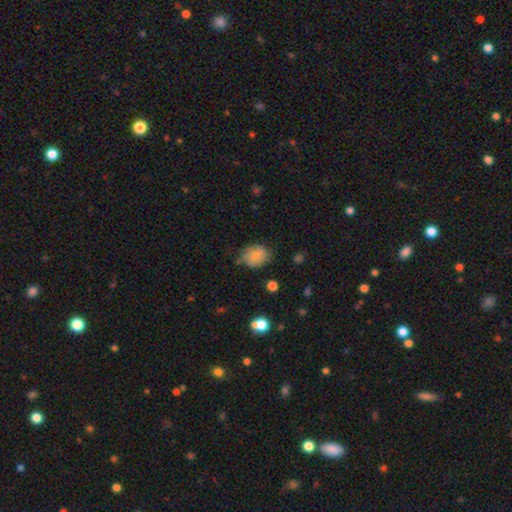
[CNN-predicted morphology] Smooth or featured? Predicted: smooth (p=0.80). How rounded? Predicted: in between (p=0.53). Merging? Predicted: none (p=0.64).